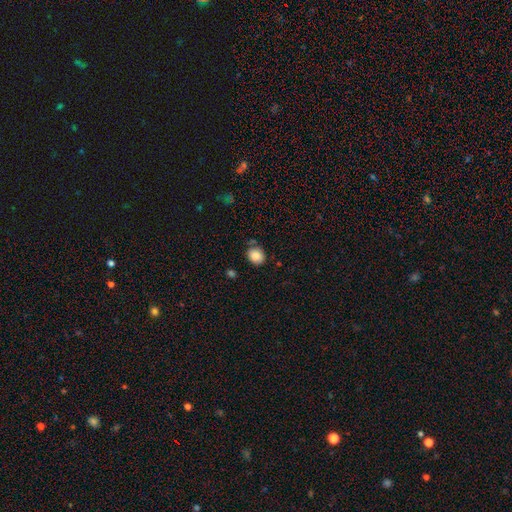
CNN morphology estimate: A smooth galaxy with no disk features (86%) that is round (60%). Merging: none (76%).